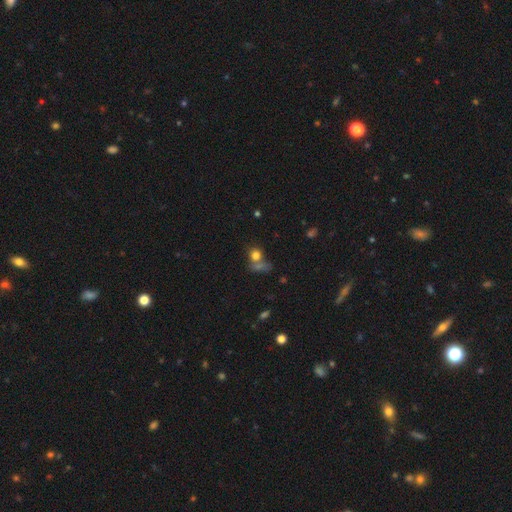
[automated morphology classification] Overall: smooth (74%). How rounded: round (78%). Merging: none (50%; merger 32%).